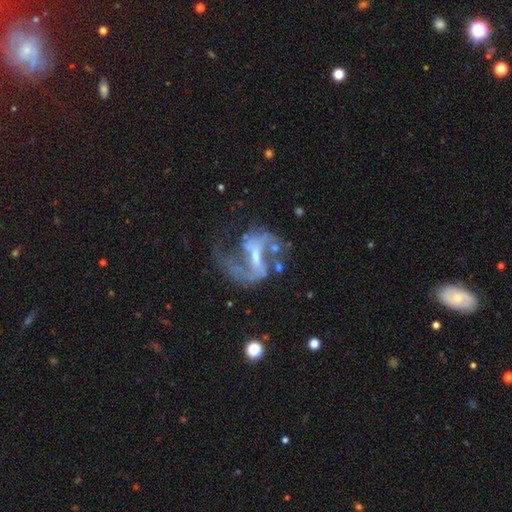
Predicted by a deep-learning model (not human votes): A featured or disk galaxy (88%) with a weak bar (44%), 2 (83%) loose (50%) spiral arms (94%) and a small central bulge (56%). Merging: none (50%).